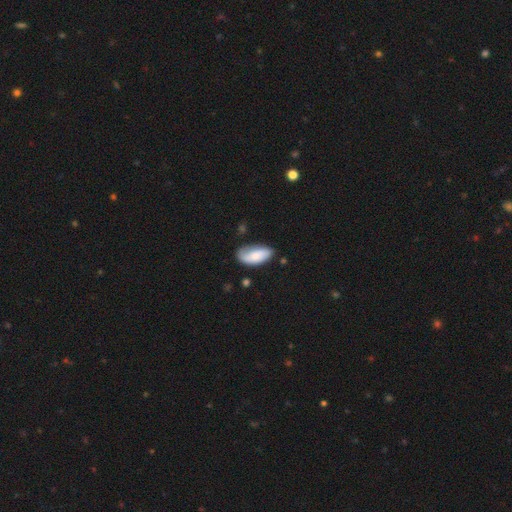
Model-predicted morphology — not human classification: Q: Smooth or featured?
A: smooth (70%); runner-up: featured or disk (23%)
Q: How rounded?
A: in between (92%); runner-up: cigar-shaped (6%)
Q: Merging?
A: none (56%); runner-up: minor disturbance (31%)